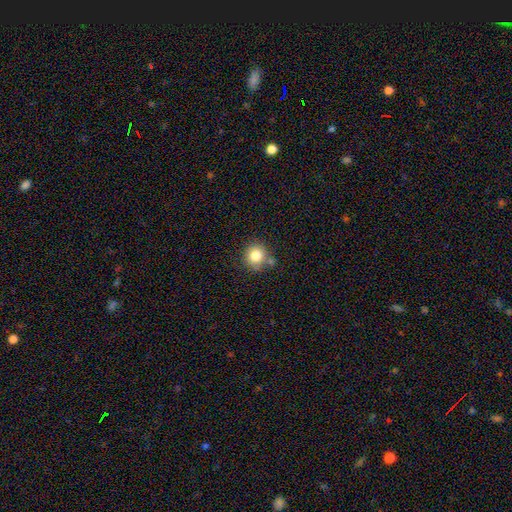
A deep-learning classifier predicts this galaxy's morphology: smooth 81%, star or artifact 11%, featured or disk 8%. Down the decision tree: how rounded — round (86%); merging — none (71%).